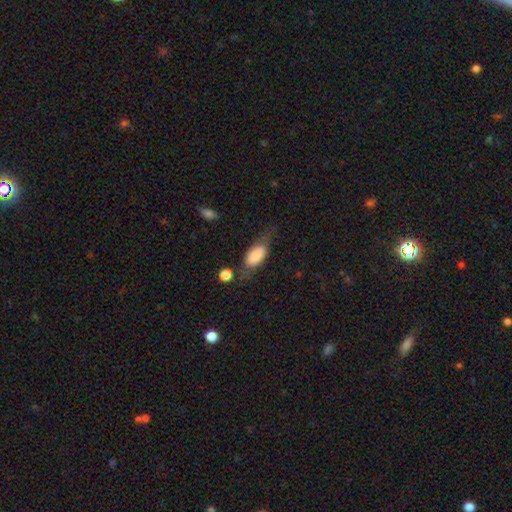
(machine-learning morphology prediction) Smooth or featured? smooth (68%)
How rounded? in between (81%)
Merging? none (54%)